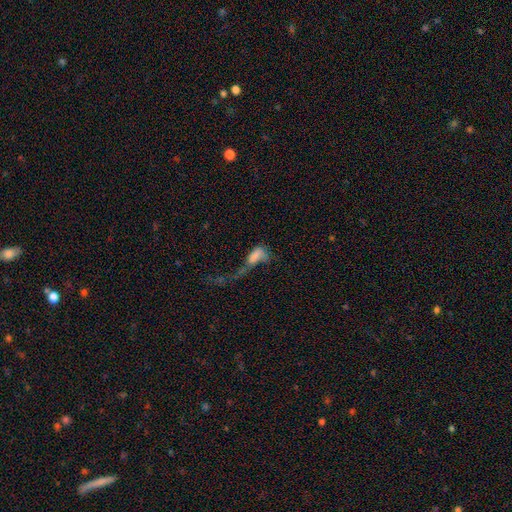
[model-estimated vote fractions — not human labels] This is likely a smooth galaxy (60%). How rounded: clearly in between (81%). Merging: likely major disturbance (61%).